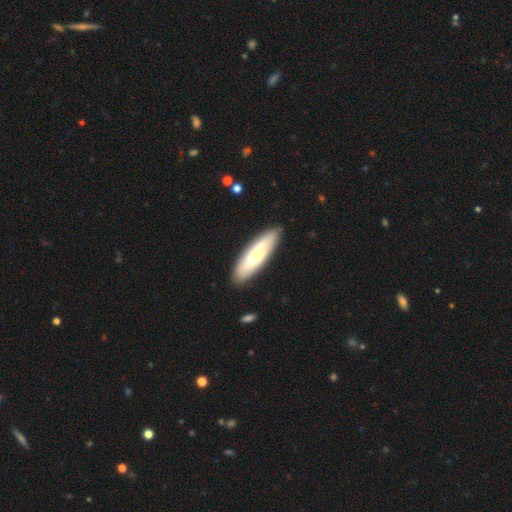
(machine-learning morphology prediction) smooth-or-featured: smooth: 65% | featured or disk: 29% | star or artifact: 5%
  how-rounded: cigar-shaped: 59% | in between: 39% | round: 2%
  merging: none: 86% | minor disturbance: 10% | major disturbance: 2% | merger: 2%